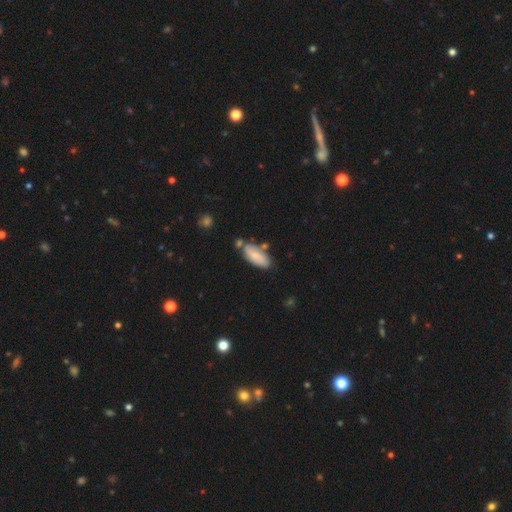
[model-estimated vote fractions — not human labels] A smooth galaxy with no disk features (72%) that is in between round and cigar-shaped (84%).

Vote fractions:
- Smooth or featured? smooth: 72% / featured or disk: 22% / star or artifact: 6%
- How rounded? in between: 84% / cigar-shaped: 14% / round: 2%
- Merging? none: 63% / minor disturbance: 19% / merger: 14% / major disturbance: 4%